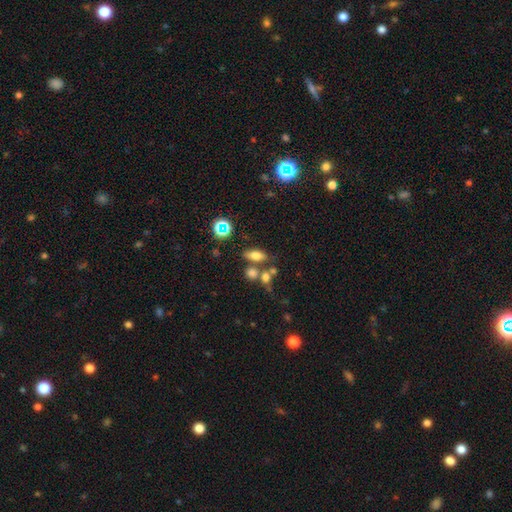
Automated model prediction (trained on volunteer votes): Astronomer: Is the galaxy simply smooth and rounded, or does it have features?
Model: smooth — 70%.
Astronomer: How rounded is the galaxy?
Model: in between — 79%.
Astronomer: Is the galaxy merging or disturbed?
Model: none — 63%.